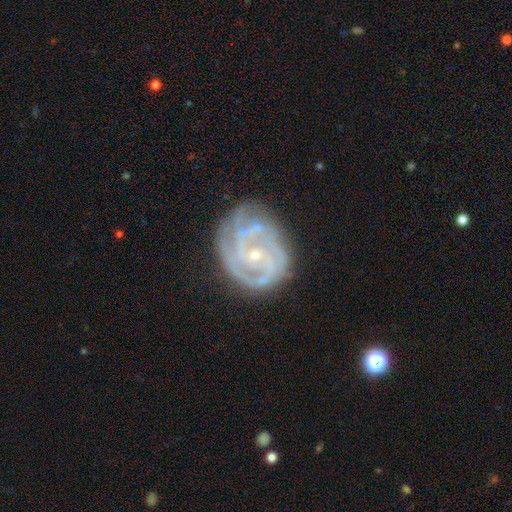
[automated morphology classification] Smooth or featured? featured or disk (86%)
Edge-on disk? no (98%)
Bar? no (68%)
Spiral arms? yes (95%)
Spiral winding? tight (67%)
Spiral arm count? 3 (30%)
Bulge size? small (78%)
Merging? none (66%)